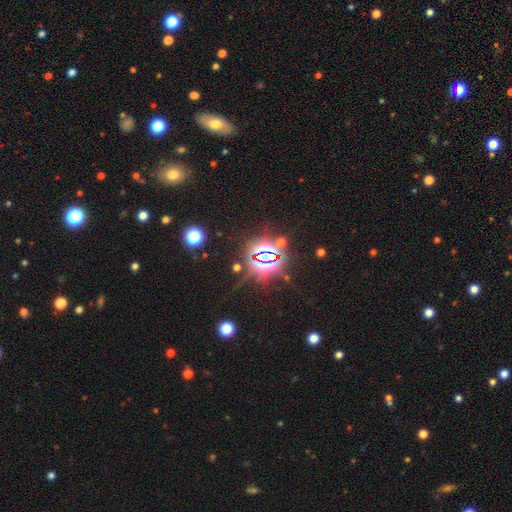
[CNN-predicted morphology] This is clearly a star or artifact rather than a galaxy (80%).